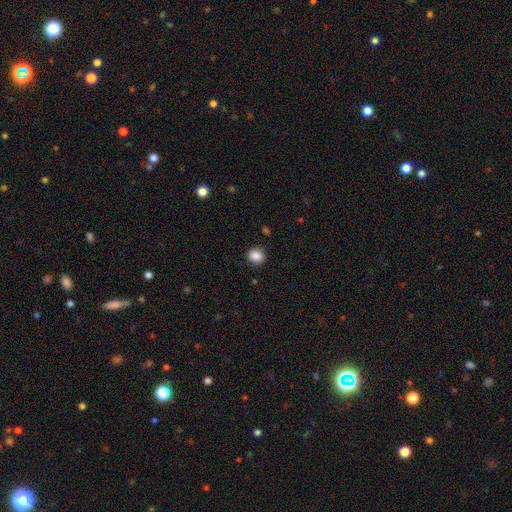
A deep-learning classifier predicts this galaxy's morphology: type=smooth (87%); roundness=round (80%); merging=none (90%).